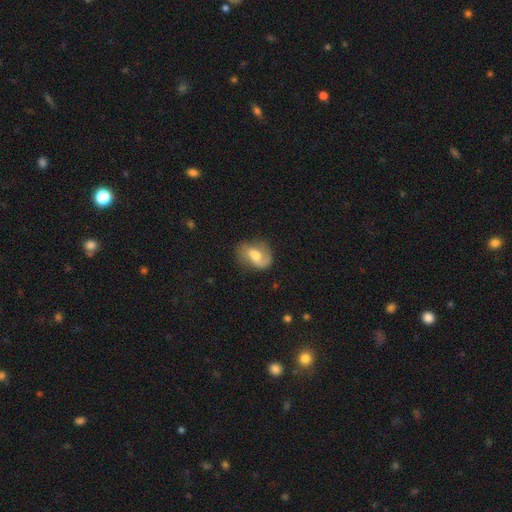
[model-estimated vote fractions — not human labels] Smooth or featured: featured or disk — 55% (smooth — 37%)
Edge-on disk: no — 96% (yes — 4%)
Bar: weak — 47% (no — 39%)
Spiral arms: yes — 83% (no — 17%)
Bulge size: moderate — 63% (large — 16%)
Merging: none — 59% (minor disturbance — 26%)